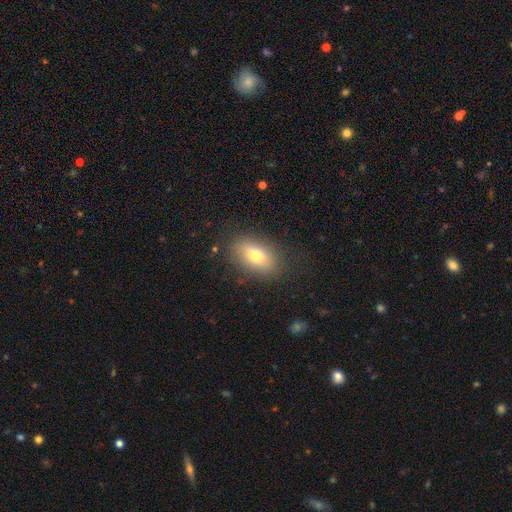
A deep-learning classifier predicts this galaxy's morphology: Q: Smooth or featured?
A: smooth (73%); runner-up: featured or disk (17%)
Q: How rounded?
A: in between (85%); runner-up: round (11%)
Q: Merging?
A: none (83%); runner-up: minor disturbance (12%)